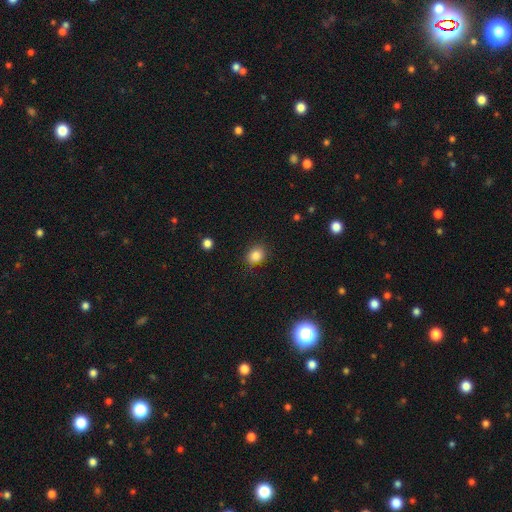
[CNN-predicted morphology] type=smooth (84%); roundness=round (57%); merging=none (81%).